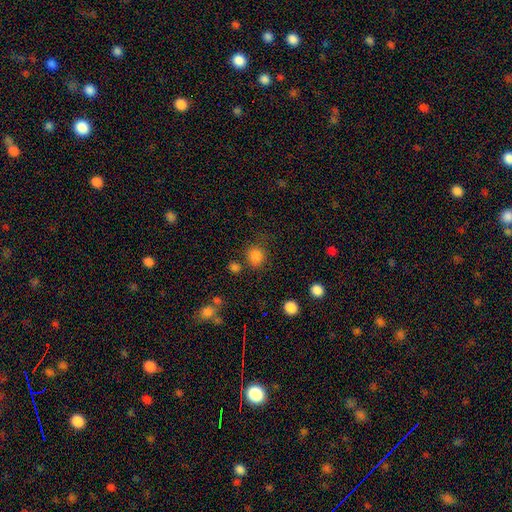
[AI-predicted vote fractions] smooth 82%, star or artifact 13%, featured or disk 5%. Down the decision tree: how rounded — round (77%); merging — none (70%).